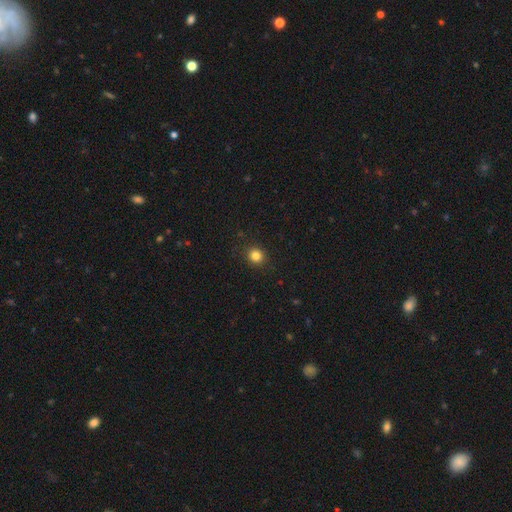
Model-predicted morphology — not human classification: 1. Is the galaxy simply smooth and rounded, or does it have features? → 83% smooth, 12% star or artifact, 4% featured or disk.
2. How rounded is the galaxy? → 85% round, 14% in between, 1% cigar-shaped.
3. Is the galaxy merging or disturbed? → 91% none, 6% minor disturbance, 2% major disturbance, 1% merger.